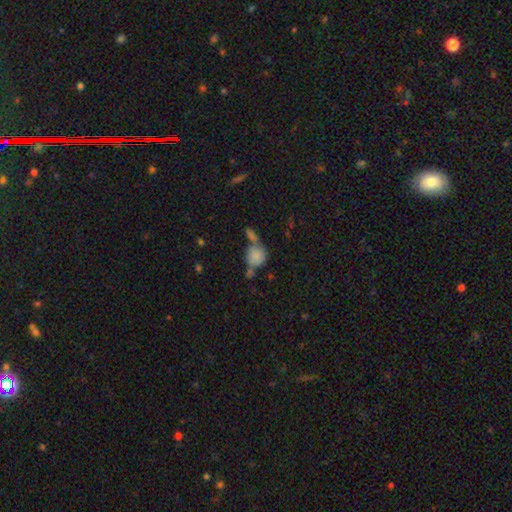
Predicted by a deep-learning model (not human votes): Overall: smooth (81%). How rounded: round (77%). Merging: merger (40%; none 38%).